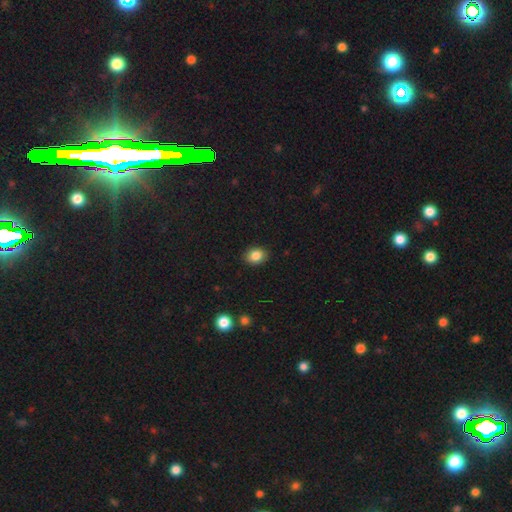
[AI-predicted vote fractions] A smooth galaxy with no disk features (85%) that is in between round and cigar-shaped (63%).

Vote fractions:
- Smooth or featured? smooth: 85% / star or artifact: 9% / featured or disk: 6%
- How rounded? in between: 63% / round: 36% / cigar-shaped: 1%
- Merging? none: 88% / minor disturbance: 9% / major disturbance: 2% / merger: 1%